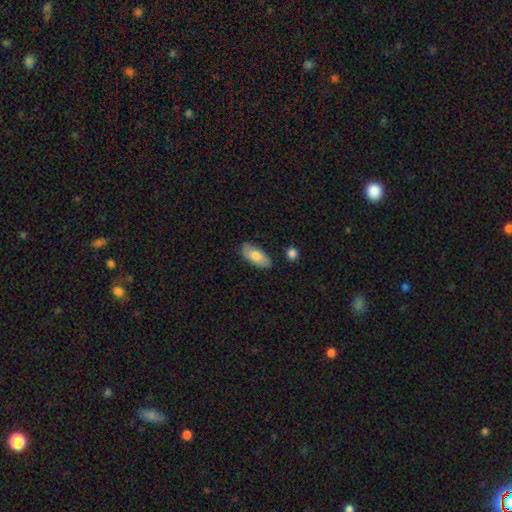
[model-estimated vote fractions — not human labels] A smooth galaxy with no disk features (74%) that is in between round and cigar-shaped (89%). Merging: none (81%).